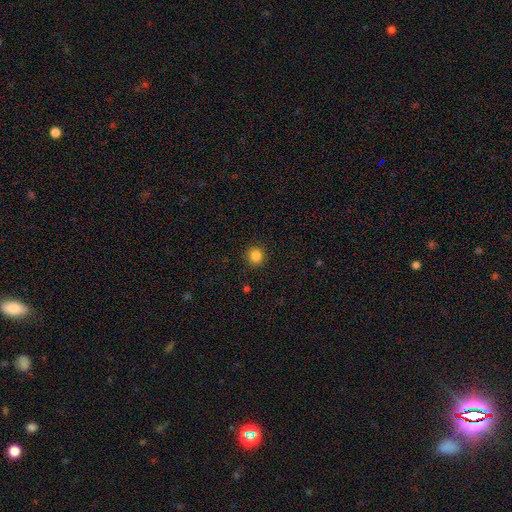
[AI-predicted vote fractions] Q: Smooth or featured?
A: smooth (85%); runner-up: star or artifact (11%)
Q: How rounded?
A: round (90%); runner-up: in between (9%)
Q: Merging?
A: none (91%); runner-up: minor disturbance (6%)